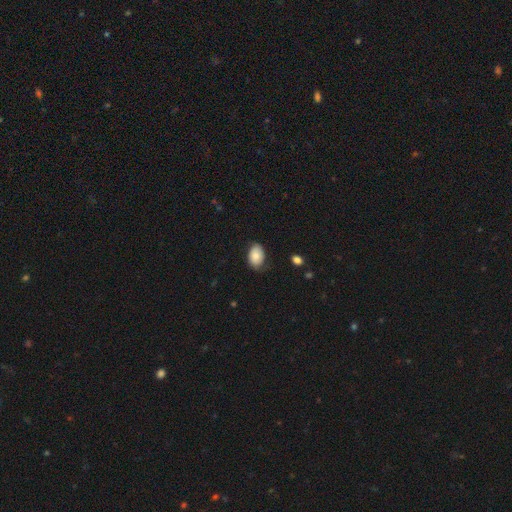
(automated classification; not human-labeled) Smooth or featured: smooth — 78% (featured or disk — 15%)
How rounded: in between — 84% (round — 15%)
Merging: none — 67% (minor disturbance — 26%)